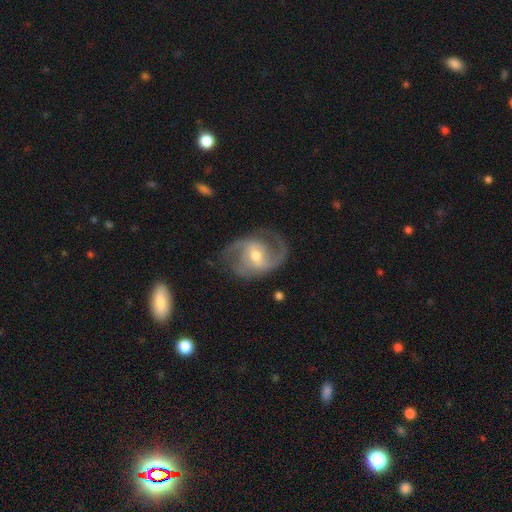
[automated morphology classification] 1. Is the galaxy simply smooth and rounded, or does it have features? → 88% featured or disk, 8% smooth, 5% star or artifact.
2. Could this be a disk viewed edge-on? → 97% no, 3% yes.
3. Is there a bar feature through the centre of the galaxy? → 48% weak, 29% no, 23% strong.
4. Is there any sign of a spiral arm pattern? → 96% yes, 4% no.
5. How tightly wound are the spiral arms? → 53% medium, 25% loose, 22% tight.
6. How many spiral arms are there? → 77% 2, 9% 3, 6% can't tell, 4% 1, 2% 4, 2% more than 4.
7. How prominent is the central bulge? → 63% moderate, 32% small, 3% large, 1% none, 1% dominant.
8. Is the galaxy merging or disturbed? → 71% none, 17% minor disturbance, 10% major disturbance, 2% merger.